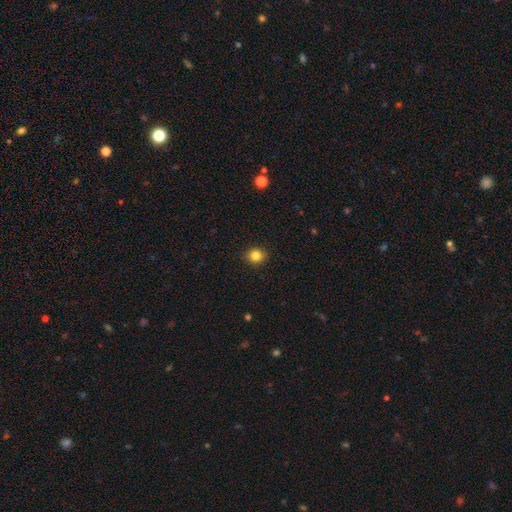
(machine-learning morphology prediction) This is clearly a smooth galaxy (83%). How rounded: likely round (75%). Merging: clearly none (91%).